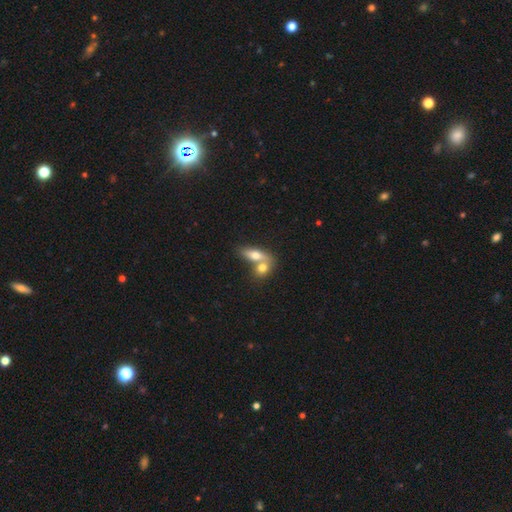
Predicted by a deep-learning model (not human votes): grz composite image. It shows a smooth galaxy with no disk features (67%) that is in between round and cigar-shaped (69%). Merging: merger (63%).